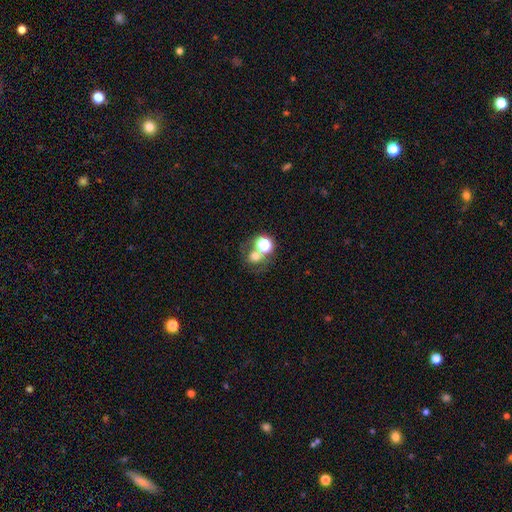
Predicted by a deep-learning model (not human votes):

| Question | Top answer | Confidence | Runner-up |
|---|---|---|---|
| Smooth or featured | smooth | 59% | star or artifact (24%) |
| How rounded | round | 74% | in between (25%) |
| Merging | none | 44% | merger (39%) |